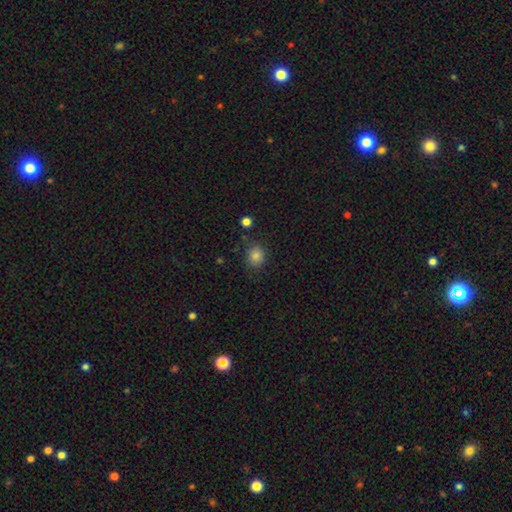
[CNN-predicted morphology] Smooth or featured? smooth (83%)
How rounded? round (66%)
Merging? none (80%)